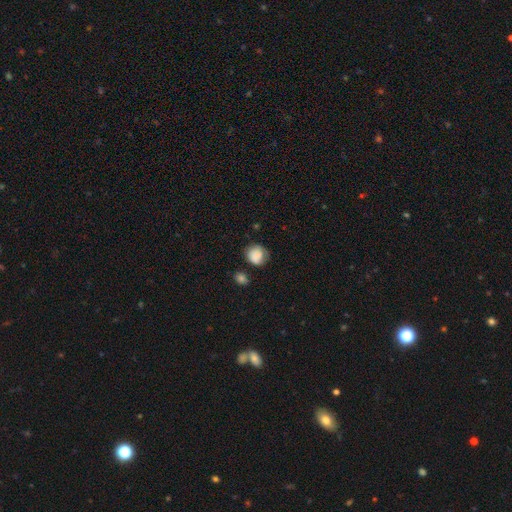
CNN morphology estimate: smooth-or-featured: smooth: 85% | star or artifact: 8% | featured or disk: 7%
  how-rounded: round: 83% | in between: 16% | cigar-shaped: 1%
  merging: none: 65% | minor disturbance: 24% | major disturbance: 7% | merger: 4%